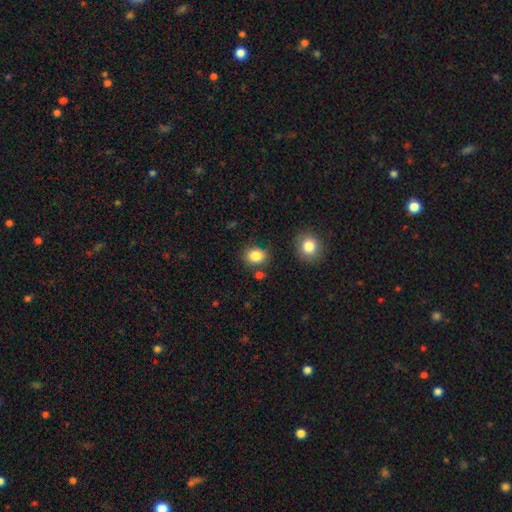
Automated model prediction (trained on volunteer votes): Smooth or featured?
  - smooth: 85% *
  - star or artifact: 10%
  - featured or disk: 5%
How rounded?
  - round: 55% *
  - in between: 44%
  - cigar-shaped: 1%
Merging?
  - none: 79% *
  - minor disturbance: 12%
  - merger: 6%
  - major disturbance: 3%